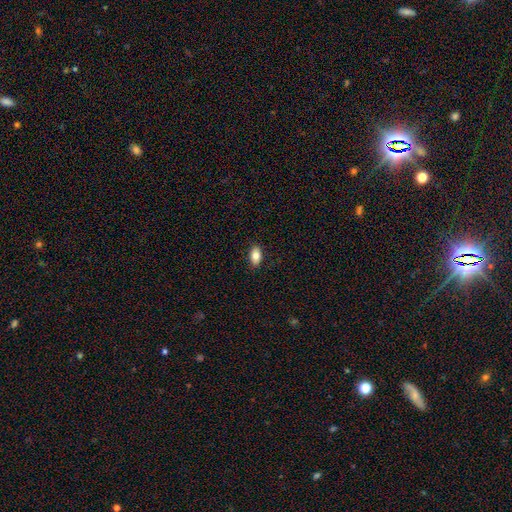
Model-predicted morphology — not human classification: A smooth galaxy with no disk features (82%) that is in between round and cigar-shaped (91%). Merging: none (89%).